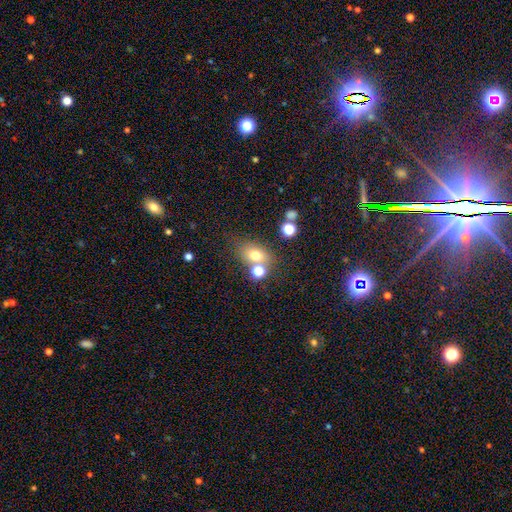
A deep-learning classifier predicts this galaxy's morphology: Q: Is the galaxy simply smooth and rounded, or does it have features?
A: smooth — 71%.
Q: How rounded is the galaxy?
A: in between — 62%.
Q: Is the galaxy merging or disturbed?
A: none — 59%.